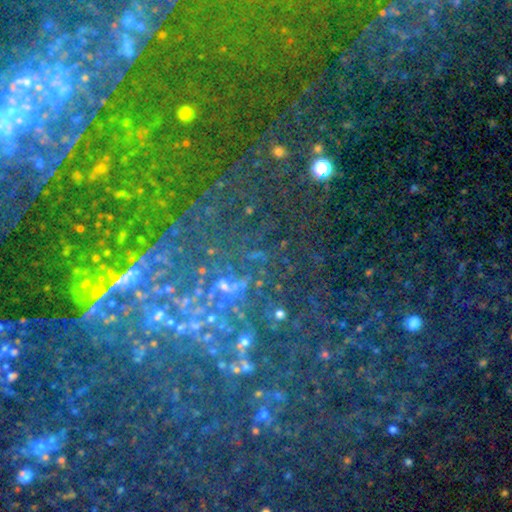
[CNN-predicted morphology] Smooth or featured?
  - star or artifact: 74% *
  - smooth: 13%
  - featured or disk: 13%